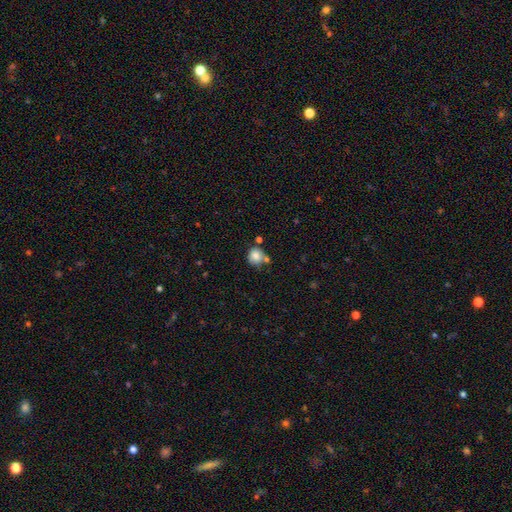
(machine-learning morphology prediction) This is clearly a smooth galaxy (82%). How rounded: clearly round (82%). Merging: possibly none (55%).